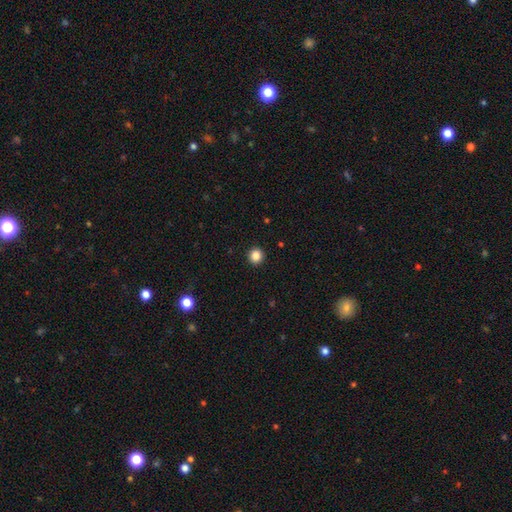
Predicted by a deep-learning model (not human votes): A smooth galaxy with no disk features (86%) that is round (93%).

Vote fractions:
- Smooth or featured? smooth: 86% / star or artifact: 11% / featured or disk: 3%
- How rounded? round: 93% / in between: 6% / cigar-shaped: 1%
- Merging? none: 93% / minor disturbance: 4% / major disturbance: 1% / merger: 1%